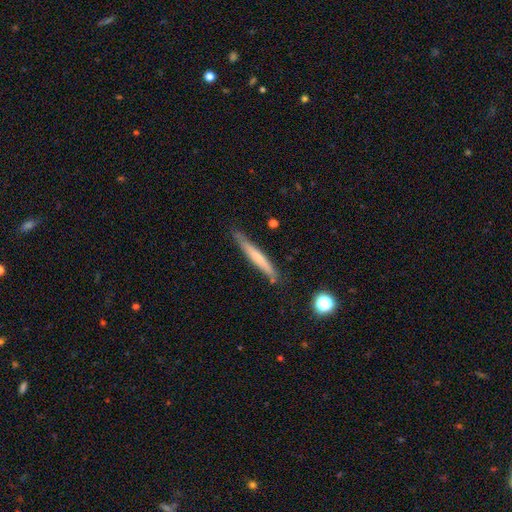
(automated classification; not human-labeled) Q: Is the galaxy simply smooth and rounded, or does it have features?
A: smooth — 53%.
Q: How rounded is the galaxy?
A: cigar-shaped — 96%.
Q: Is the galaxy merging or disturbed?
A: none — 81%.